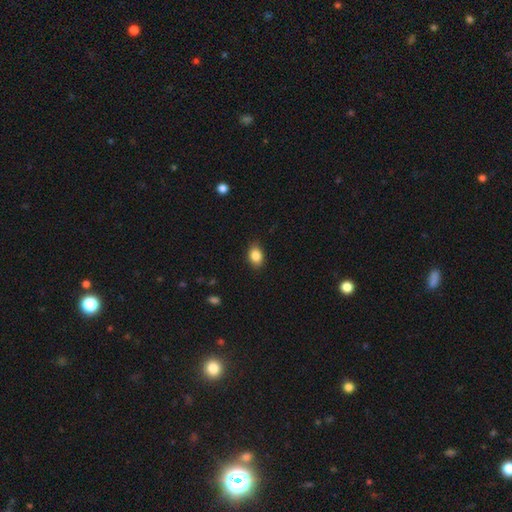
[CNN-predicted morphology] Overall: smooth (86%). How rounded: in between (77%). Merging: none (86%).